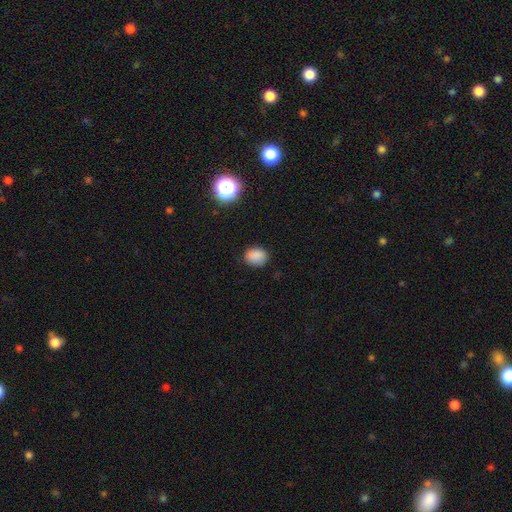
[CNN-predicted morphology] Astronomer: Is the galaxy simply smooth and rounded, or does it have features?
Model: smooth — 85%.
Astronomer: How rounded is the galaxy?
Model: round — 50% (runner-up: in between, 49%).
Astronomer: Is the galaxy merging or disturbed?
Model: none — 84%.